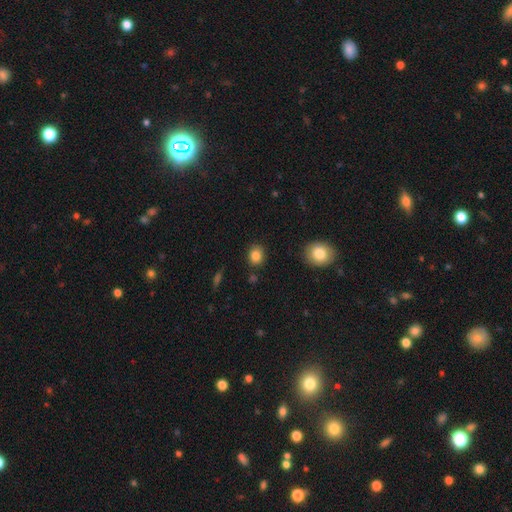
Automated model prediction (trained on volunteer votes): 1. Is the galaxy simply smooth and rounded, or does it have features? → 84% smooth, 10% star or artifact, 6% featured or disk.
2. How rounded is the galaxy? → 62% round, 37% in between, 1% cigar-shaped.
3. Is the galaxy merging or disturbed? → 86% none, 9% minor disturbance, 2% major disturbance, 2% merger.